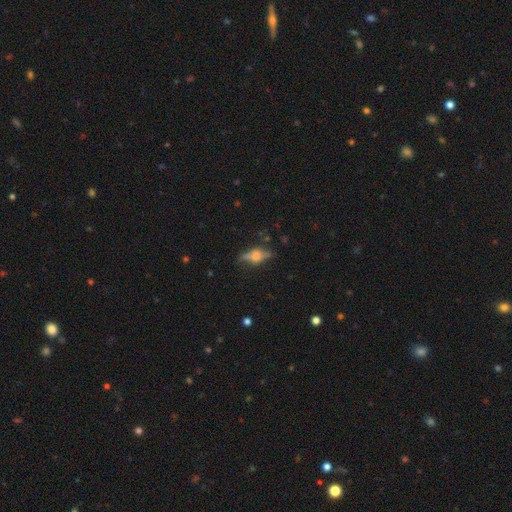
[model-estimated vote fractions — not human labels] The model was most divided on "smooth or featured": featured or disk: 58%, smooth: 31%, star or artifact: 10%. More confident: edge-on disk — yes (87%); edge-on bulge — rounded (82%); merging — none (70%).